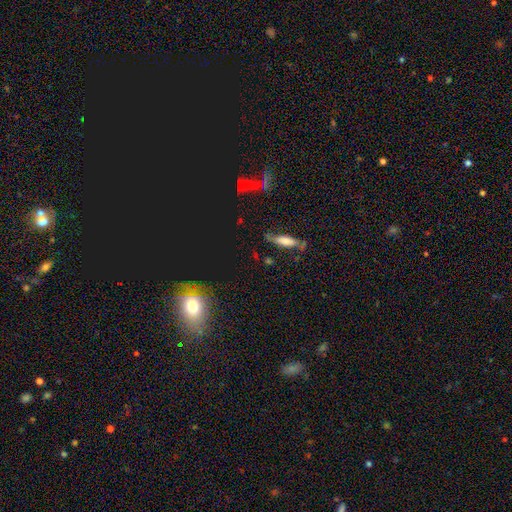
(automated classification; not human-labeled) Q: Smooth or featured?
A: smooth (47%); runner-up: star or artifact (30%)
Q: Merging?
A: none (69%); runner-up: minor disturbance (17%)